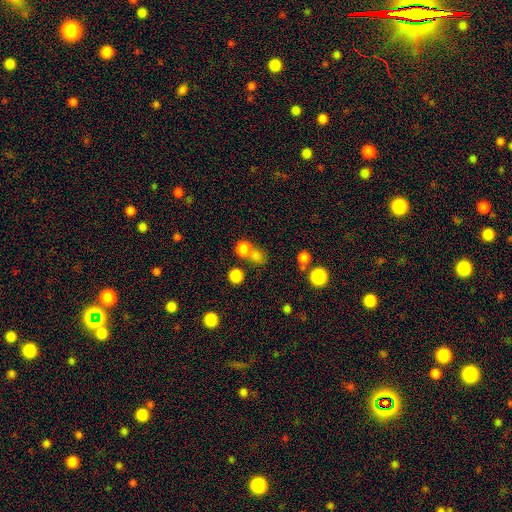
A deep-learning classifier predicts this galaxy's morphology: smooth 76%, star or artifact 17%, featured or disk 7%. Down the decision tree: how rounded — round (85%); merging — none (57%).